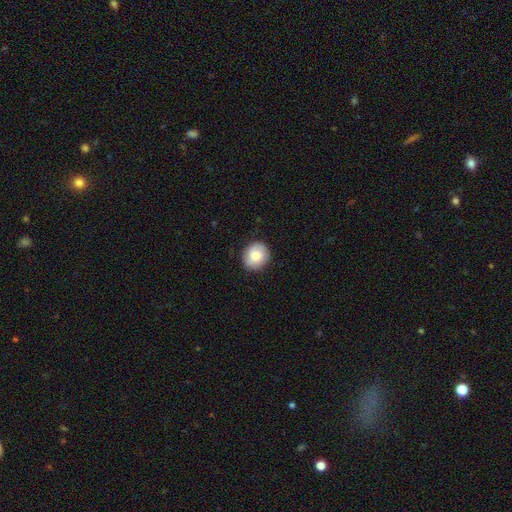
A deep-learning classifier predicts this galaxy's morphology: Q: Smooth or featured?
A: smooth (77%); runner-up: featured or disk (16%)
Q: How rounded?
A: round (83%); runner-up: in between (16%)
Q: Merging?
A: none (86%); runner-up: minor disturbance (11%)